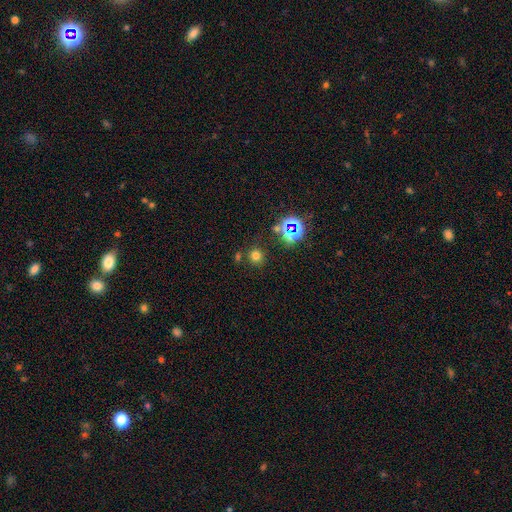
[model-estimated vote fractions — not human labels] This is likely a smooth galaxy (67%). How rounded: clearly round (90%). Merging: likely none (79%).